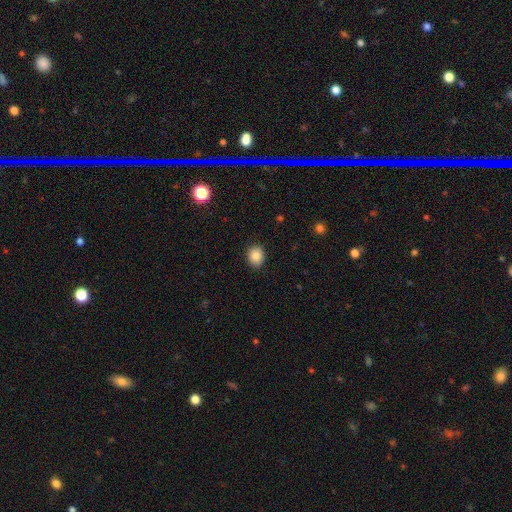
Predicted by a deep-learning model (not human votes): Smooth or featured? smooth (84%)
How rounded? round (65%)
Merging? none (88%)